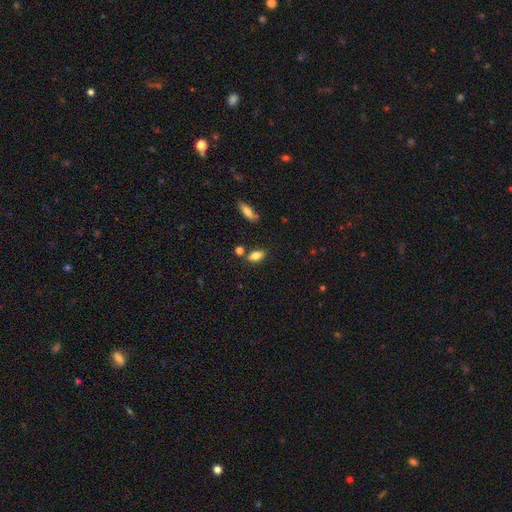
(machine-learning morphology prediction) Overall: smooth (79%). How rounded: in between (83%). Merging: none (76%).